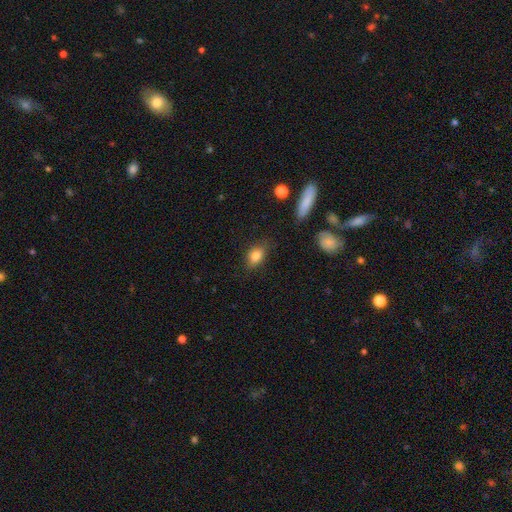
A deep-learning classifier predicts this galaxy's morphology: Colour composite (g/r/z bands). It shows a smooth galaxy with no disk features (82%) that is in between round and cigar-shaped (81%). Merging: none (79%).